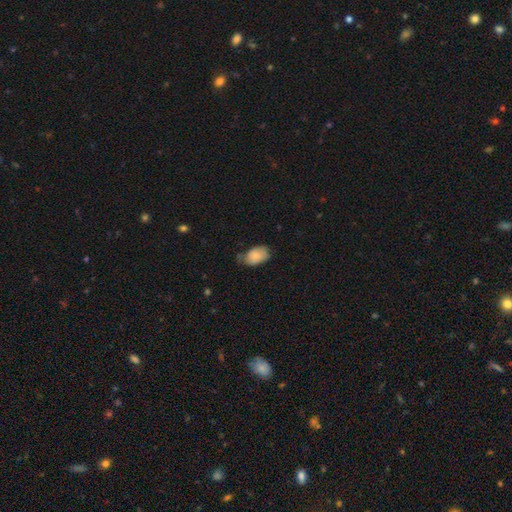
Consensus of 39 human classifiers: Morphology: type=smooth (82%); roundness=in between (91%); merging=none (60%).